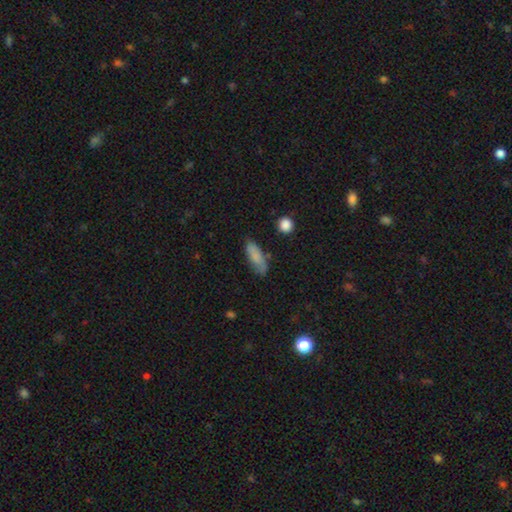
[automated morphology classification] smooth-or-featured: smooth: 80% | featured or disk: 12% | star or artifact: 8%
  how-rounded: in between: 62% | cigar-shaped: 36% | round: 3%
  merging: none: 69% | minor disturbance: 22% | major disturbance: 5% | merger: 4%